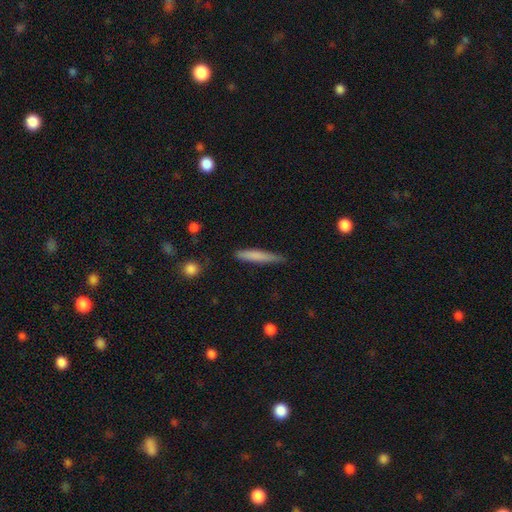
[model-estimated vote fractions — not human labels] Smooth or featured: smooth — 74% (featured or disk — 20%)
How rounded: cigar-shaped — 93% (in between — 5%)
Merging: none — 77% (minor disturbance — 18%)